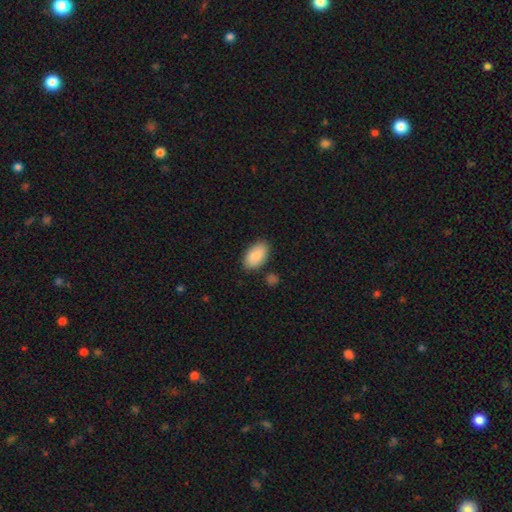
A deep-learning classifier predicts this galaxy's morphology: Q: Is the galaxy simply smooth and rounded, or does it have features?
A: smooth — 87%.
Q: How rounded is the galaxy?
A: in between — 95%.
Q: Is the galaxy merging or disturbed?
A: none — 82%.